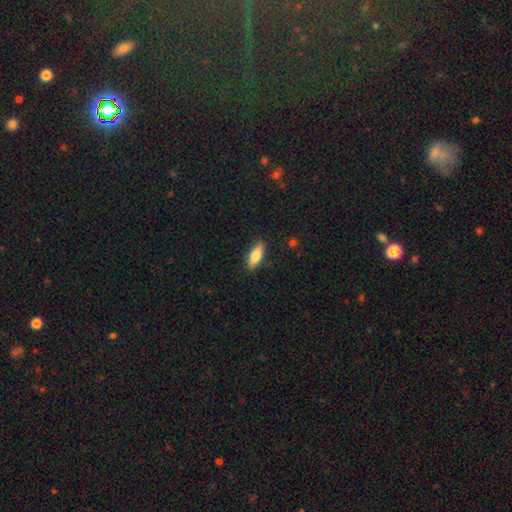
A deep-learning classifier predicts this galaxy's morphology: A smooth galaxy with no disk features (75%) that is in between round and cigar-shaped (69%).

Vote fractions:
- Smooth or featured? smooth: 75% / featured or disk: 19% / star or artifact: 6%
- How rounded? in between: 69% / cigar-shaped: 29% / round: 2%
- Merging? none: 87% / minor disturbance: 10% / major disturbance: 2% / merger: 1%